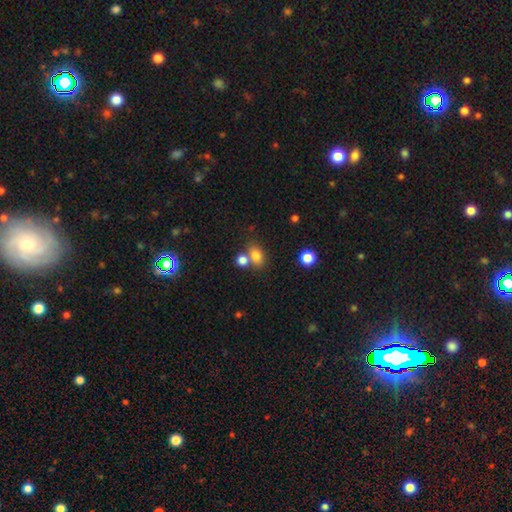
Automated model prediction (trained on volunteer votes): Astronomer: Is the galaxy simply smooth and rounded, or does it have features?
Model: smooth — 80%.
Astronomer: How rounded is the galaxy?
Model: in between — 70%.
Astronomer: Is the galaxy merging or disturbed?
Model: none — 54% (runner-up: merger, 31%).